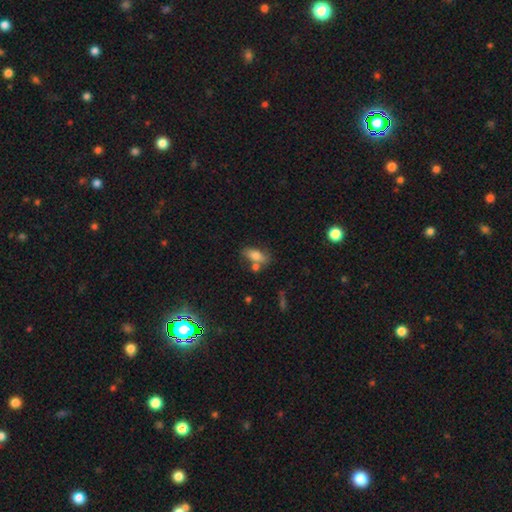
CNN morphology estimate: smooth_or_featured: smooth (p=0.73) [alt: featured or disk p=0.18]
how_rounded: in between (p=0.80) [alt: cigar-shaped p=0.15]
merging: none (p=0.58) [alt: merger p=0.20]